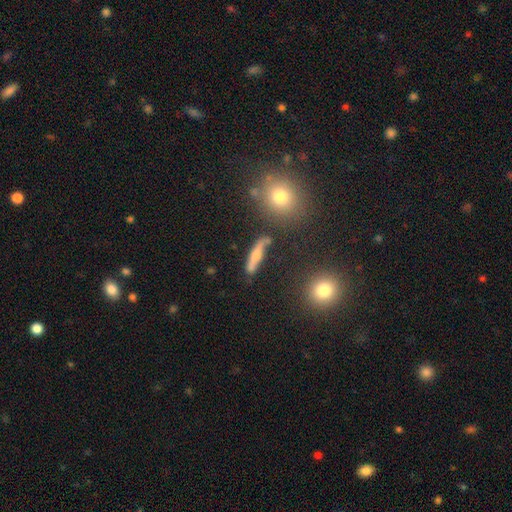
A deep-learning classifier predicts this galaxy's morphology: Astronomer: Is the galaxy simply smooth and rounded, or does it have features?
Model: smooth — 50% (runner-up: featured or disk, 40%).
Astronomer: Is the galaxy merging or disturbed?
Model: none — 67%.